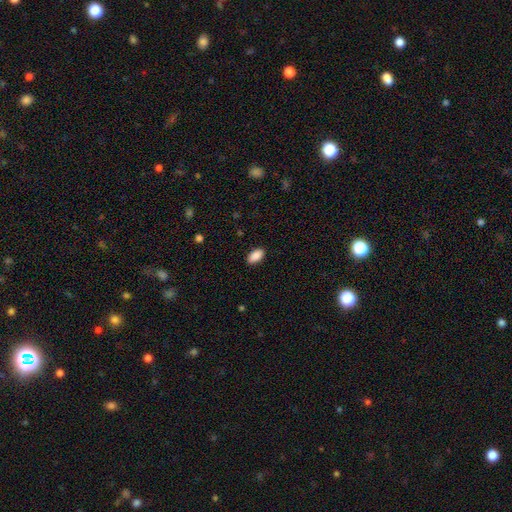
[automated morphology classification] Smooth or featured? smooth (90%)
How rounded? in between (94%)
Merging? none (89%)